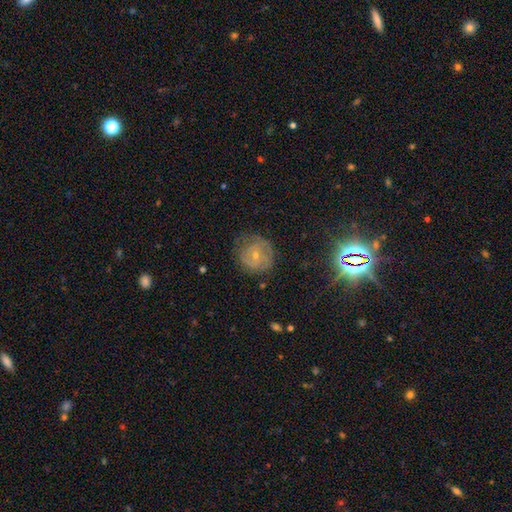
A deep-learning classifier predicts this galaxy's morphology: Smooth or featured? Predicted: featured or disk (p=0.56). Edge-on disk? Predicted: no (p=0.97). Bar? Predicted: no (p=0.65). Spiral arms? Predicted: yes (p=0.73). Bulge size? Predicted: small (p=0.63). Merging? Predicted: none (p=0.66).